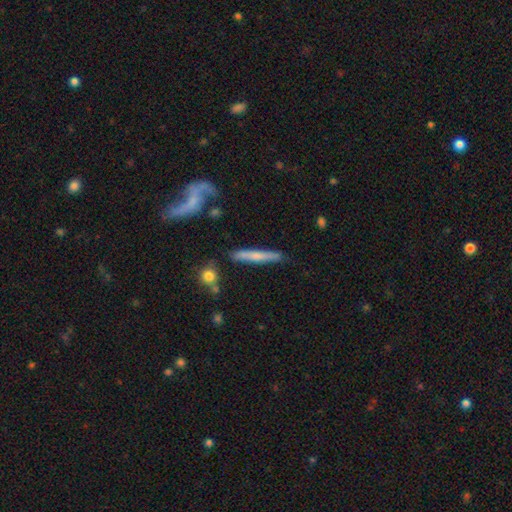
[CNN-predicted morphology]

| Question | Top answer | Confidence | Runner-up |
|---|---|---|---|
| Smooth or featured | smooth | 48% | featured or disk (46%) |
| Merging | none | 82% | minor disturbance (11%) |